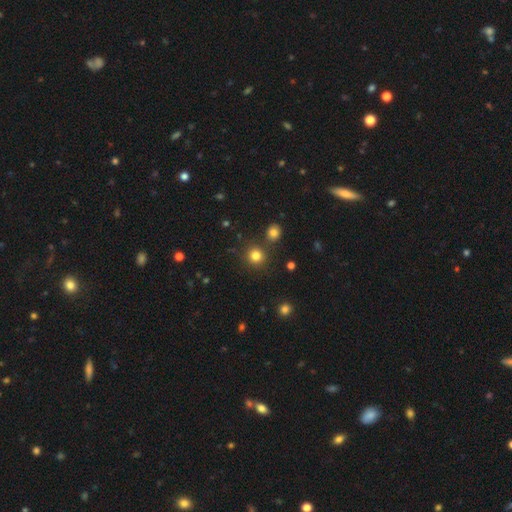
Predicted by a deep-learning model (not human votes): smooth 81%, star or artifact 14%, featured or disk 5%. Down the decision tree: how rounded — round (92%); merging — none (83%).